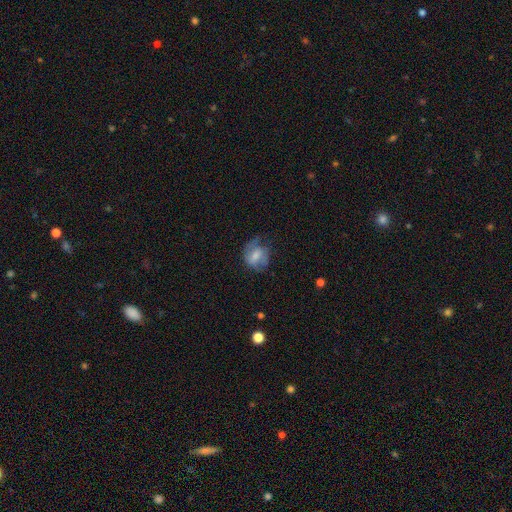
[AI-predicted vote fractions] smooth 52%, featured or disk 40%, star or artifact 8%. Down the decision tree: how rounded — round (52%); merging — none (47%).